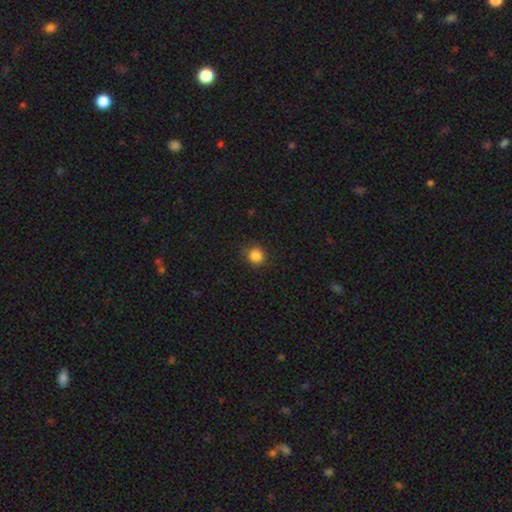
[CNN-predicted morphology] smooth_or_featured: smooth (p=0.85) [alt: star or artifact p=0.12]
how_rounded: round (p=0.89) [alt: in between p=0.10]
merging: none (p=0.86) [alt: minor disturbance p=0.10]